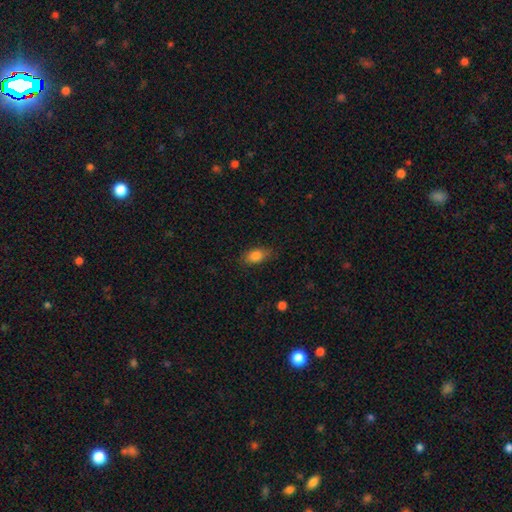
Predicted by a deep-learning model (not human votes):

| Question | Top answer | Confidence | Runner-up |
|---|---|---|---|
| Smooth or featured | smooth | 83% | featured or disk (9%) |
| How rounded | in between | 85% | round (8%) |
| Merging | none | 78% | minor disturbance (17%) |